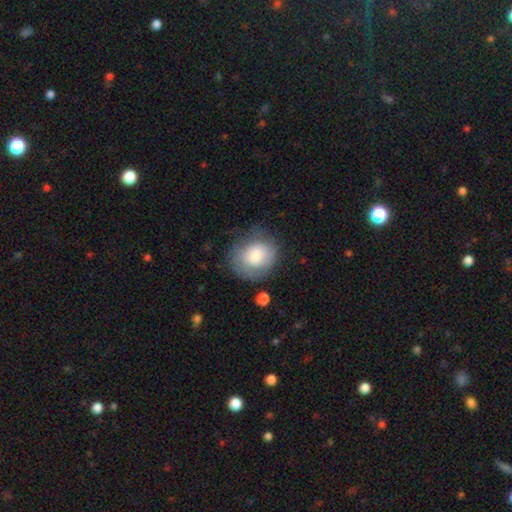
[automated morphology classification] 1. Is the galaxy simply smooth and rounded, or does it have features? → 68% smooth, 24% featured or disk, 7% star or artifact.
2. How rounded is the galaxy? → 72% round, 27% in between, 1% cigar-shaped.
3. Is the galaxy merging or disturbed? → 65% none, 23% minor disturbance, 10% major disturbance, 2% merger.